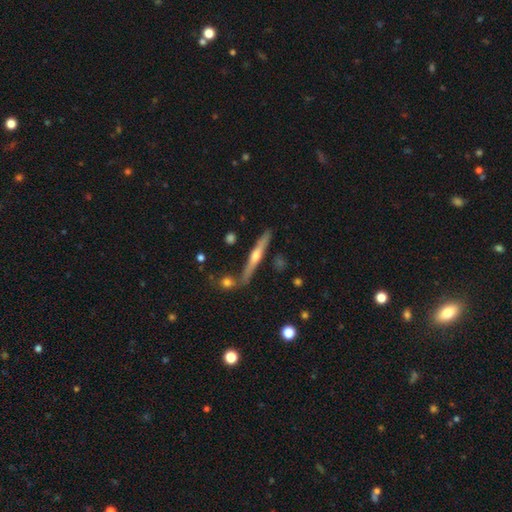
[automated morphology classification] Smooth or featured?
  - featured or disk: 70% *
  - smooth: 24%
  - star or artifact: 6%
Edge-on disk?
  - yes: 97% *
  - no: 3%
Edge-on bulge?
  - rounded: 87% *
  - none: 9%
  - boxy: 4%
Merging?
  - none: 81% *
  - minor disturbance: 10%
  - merger: 7%
  - major disturbance: 2%